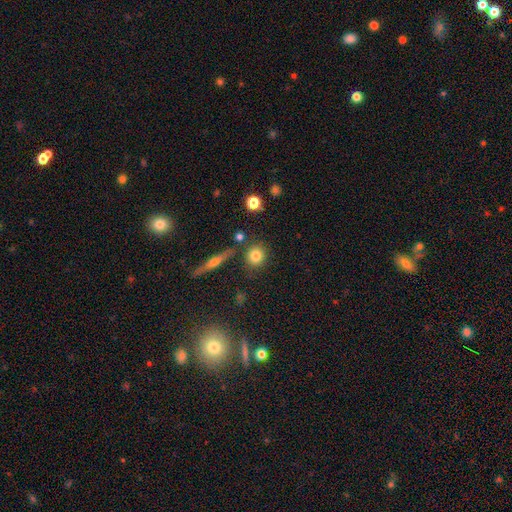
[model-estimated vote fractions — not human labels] Smooth or featured? smooth (77%)
How rounded? round (86%)
Merging? none (80%)